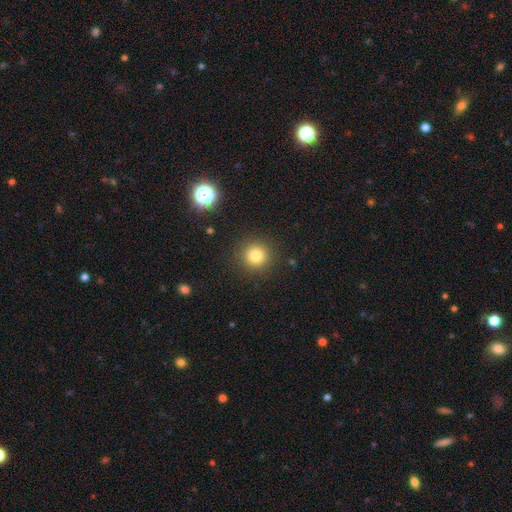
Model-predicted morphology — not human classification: Smooth or featured? smooth (80%)
How rounded? round (94%)
Merging? none (90%)